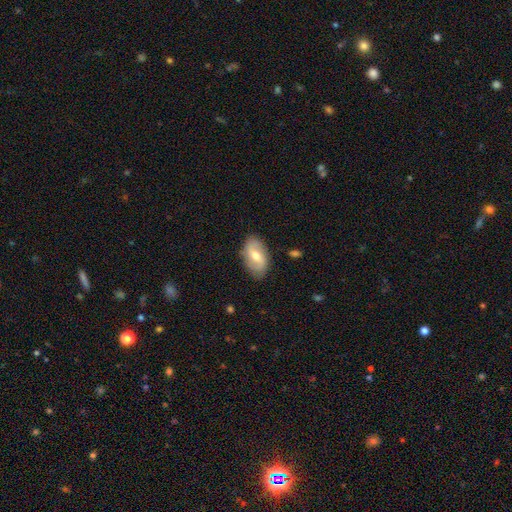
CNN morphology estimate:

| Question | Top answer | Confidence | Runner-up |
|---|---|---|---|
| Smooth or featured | featured or disk | 54% | smooth (40%) |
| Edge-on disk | no | 94% | yes (6%) |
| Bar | weak | 50% | no (32%) |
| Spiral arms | yes | 78% | no (22%) |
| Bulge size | moderate | 69% | small (23%) |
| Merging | none | 82% | minor disturbance (13%) |